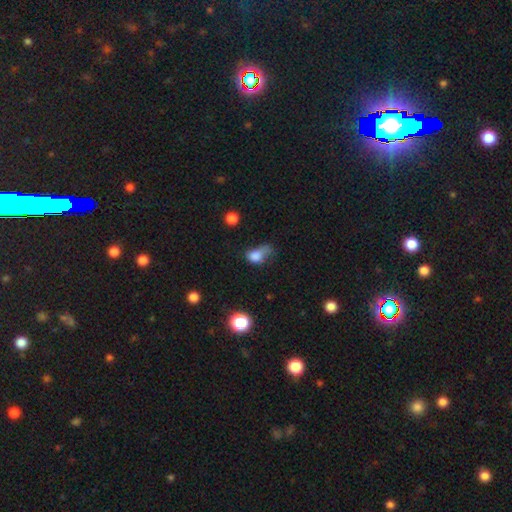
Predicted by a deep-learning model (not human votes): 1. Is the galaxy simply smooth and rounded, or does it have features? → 74% smooth, 14% featured or disk, 13% star or artifact.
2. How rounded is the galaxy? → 66% in between, 31% round, 3% cigar-shaped.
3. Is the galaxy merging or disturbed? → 42% major disturbance, 28% minor disturbance, 21% none, 9% merger.